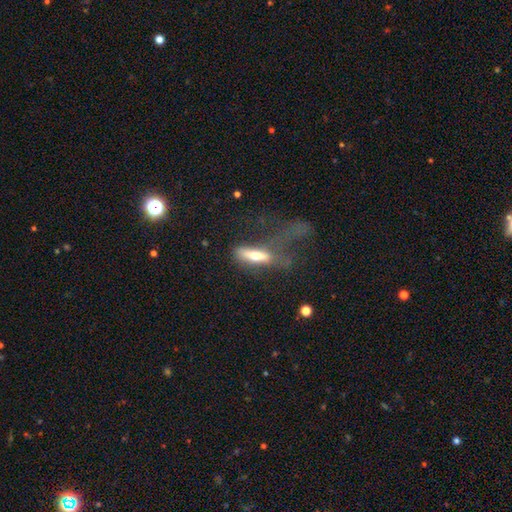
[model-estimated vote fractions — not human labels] Morphology: type=smooth (59%); roundness=cigar-shaped (58%); merging=major disturbance (62%).